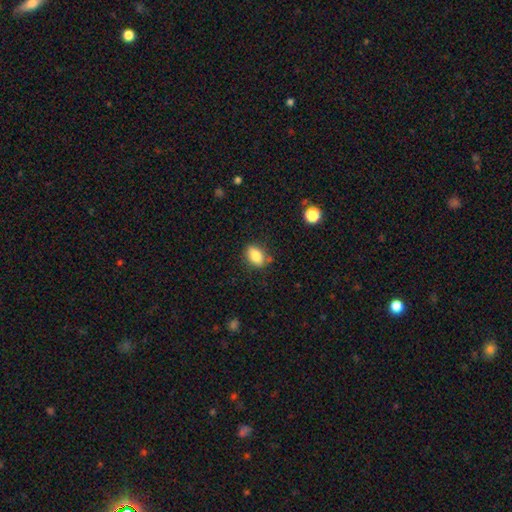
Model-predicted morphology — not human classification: A smooth galaxy with no disk features (84%) that is in between round and cigar-shaped (83%). Merging: none (78%).